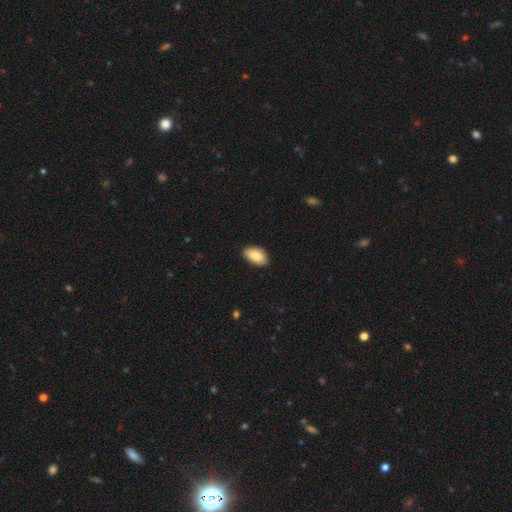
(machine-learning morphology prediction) The model was most divided on "merging": none: 86%, minor disturbance: 11%, major disturbance: 2%, merger: 1%. More confident: how rounded — in between (94%); smooth or featured — smooth (85%).